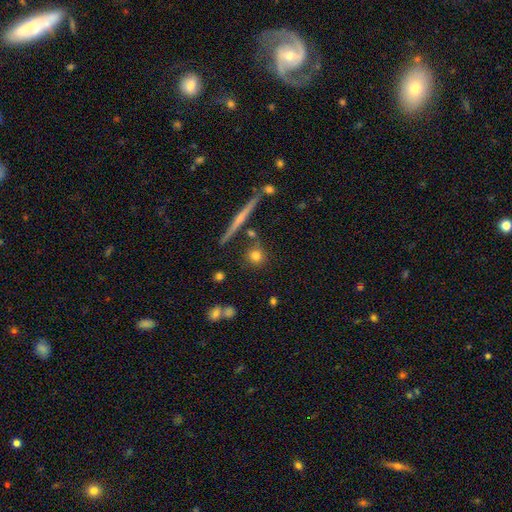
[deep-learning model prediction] A smooth galaxy with no disk features (74%) that is round (88%).

Vote fractions:
- Smooth or featured? smooth: 74% / featured or disk: 14% / star or artifact: 12%
- How rounded? round: 88% / in between: 7% / cigar-shaped: 4%
- Merging? none: 78% / minor disturbance: 10% / merger: 9% / major disturbance: 3%